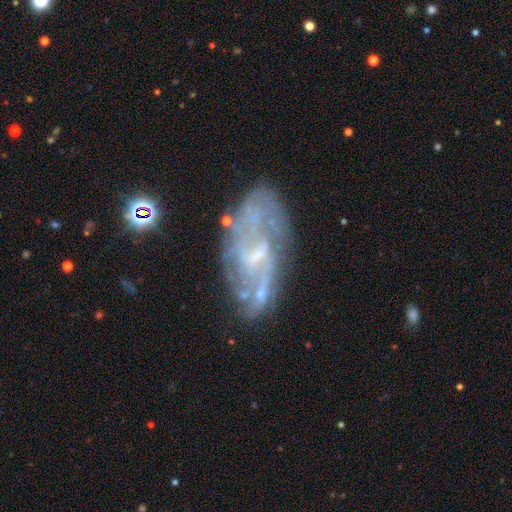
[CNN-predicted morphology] Smooth or featured? featured or disk (74%)
Edge-on disk? no (92%)
Bar? weak (48%)
Spiral arms? yes (68%)
Bulge size? small (52%)
Merging? none (62%)